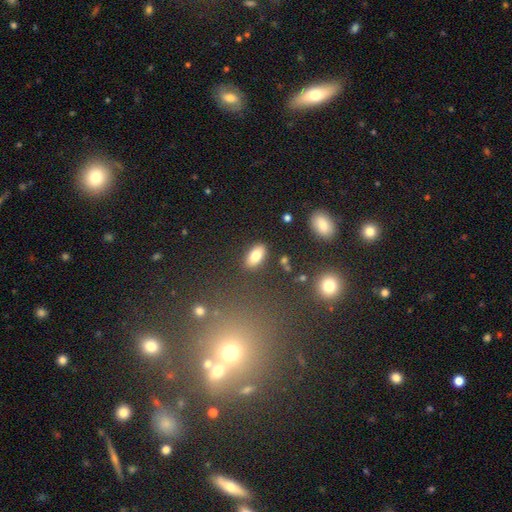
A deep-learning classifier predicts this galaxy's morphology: Smooth or featured?
  - smooth: 81% *
  - featured or disk: 10%
  - star or artifact: 9%
How rounded?
  - in between: 91% *
  - cigar-shaped: 5%
  - round: 4%
Merging?
  - none: 85% *
  - minor disturbance: 10%
  - merger: 3%
  - major disturbance: 3%